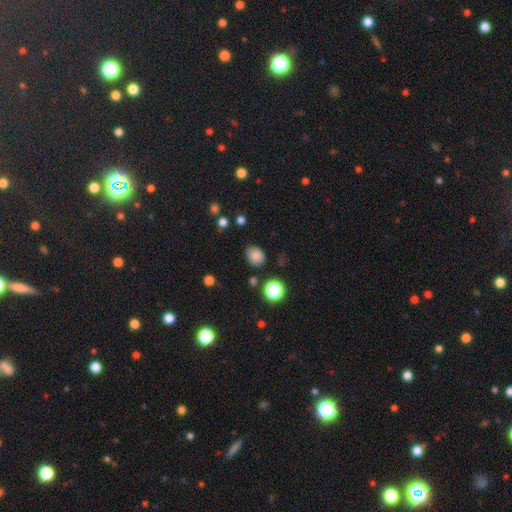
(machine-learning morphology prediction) smooth 82%, star or artifact 13%, featured or disk 5%. Down the decision tree: how rounded — in between (53%); merging — none (78%).